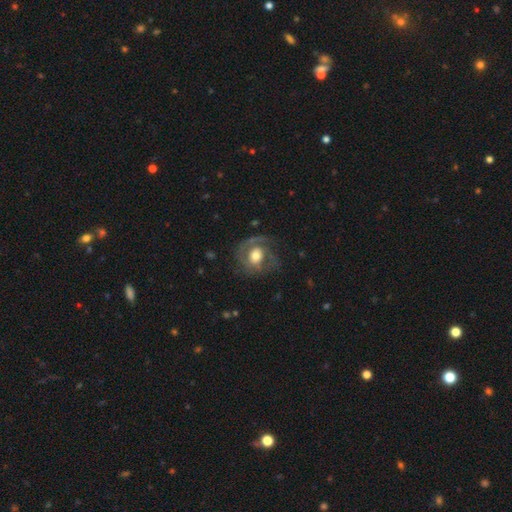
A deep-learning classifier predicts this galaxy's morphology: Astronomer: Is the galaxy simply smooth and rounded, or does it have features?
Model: featured or disk — 67%.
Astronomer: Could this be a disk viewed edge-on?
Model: no — 97%.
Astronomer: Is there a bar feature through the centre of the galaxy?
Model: no — 69%.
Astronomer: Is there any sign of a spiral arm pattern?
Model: yes — 78%.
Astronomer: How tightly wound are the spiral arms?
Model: tight — 43% (runner-up: medium, 40%).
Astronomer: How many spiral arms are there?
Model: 2 — 48% (runner-up: 1, 24%).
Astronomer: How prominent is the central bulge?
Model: moderate — 59%.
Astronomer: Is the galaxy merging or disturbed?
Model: none — 62%.